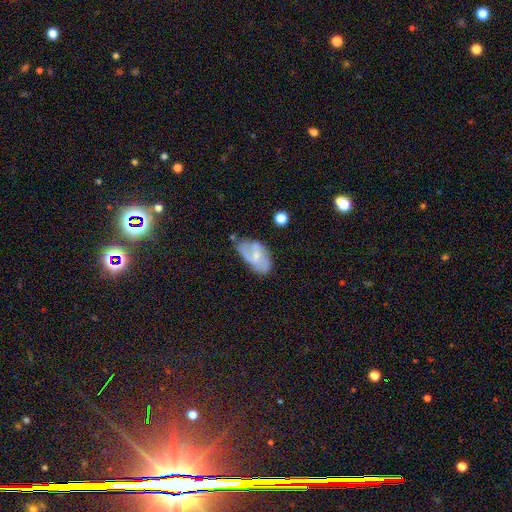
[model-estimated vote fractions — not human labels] The model was most divided on "bar": no: 45%, weak: 43%, strong: 12%. Remaining: edge-on disk — no (94%); spiral arms — yes (72%); bulge size — small (63%); smooth or featured — featured or disk (55%); merging — none (49%).